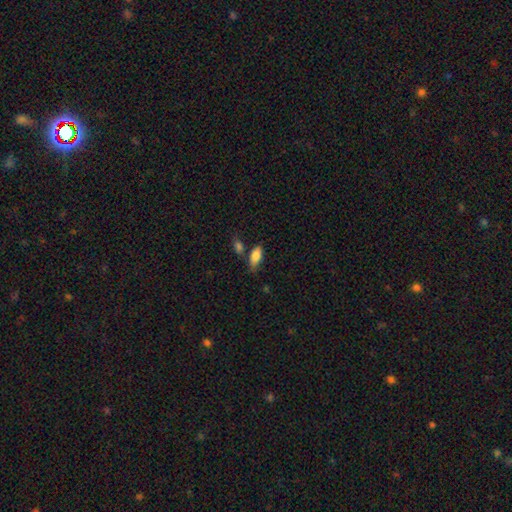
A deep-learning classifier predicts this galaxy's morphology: A smooth galaxy with no disk features (85%) that is in between round and cigar-shaped (89%). Merging: none (61%).